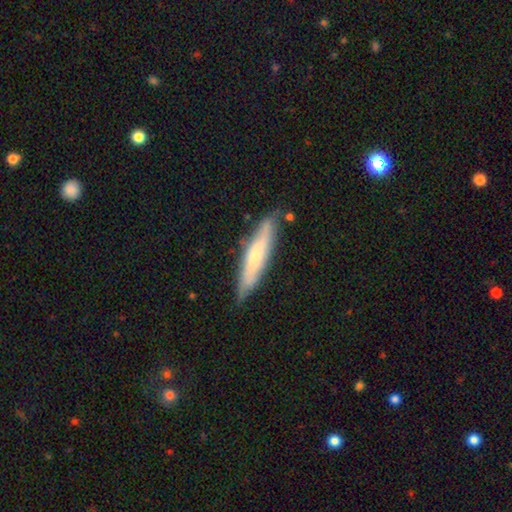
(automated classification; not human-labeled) Q: Smooth or featured?
A: smooth (52%); runner-up: featured or disk (42%)
Q: How rounded?
A: cigar-shaped (84%); runner-up: in between (15%)
Q: Merging?
A: none (78%); runner-up: minor disturbance (17%)